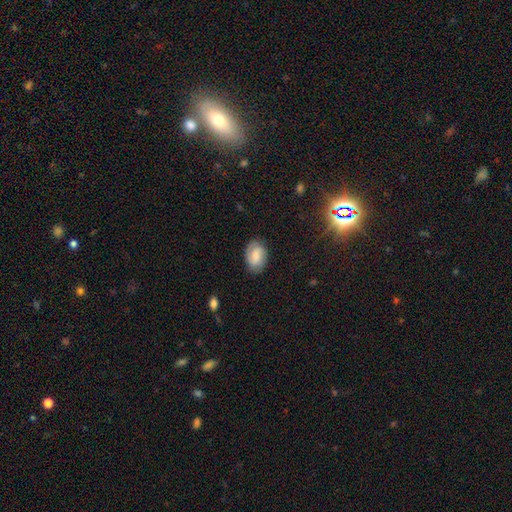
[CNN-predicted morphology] A smooth galaxy with no disk features (65%) that is in between round and cigar-shaped (85%). Merging: none (81%).